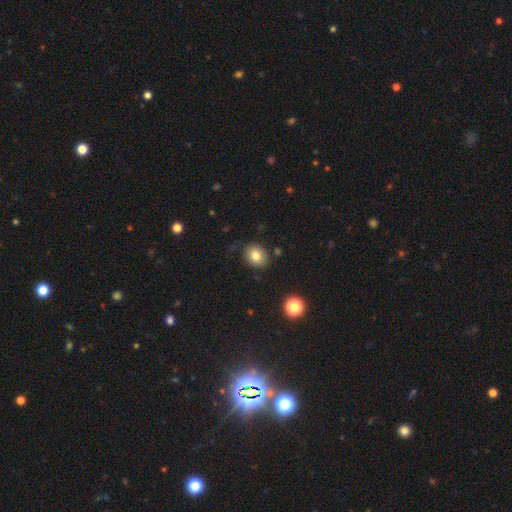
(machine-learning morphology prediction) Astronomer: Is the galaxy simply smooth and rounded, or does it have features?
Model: smooth — 80%.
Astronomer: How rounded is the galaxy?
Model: round — 64%.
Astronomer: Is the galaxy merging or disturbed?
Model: none — 85%.